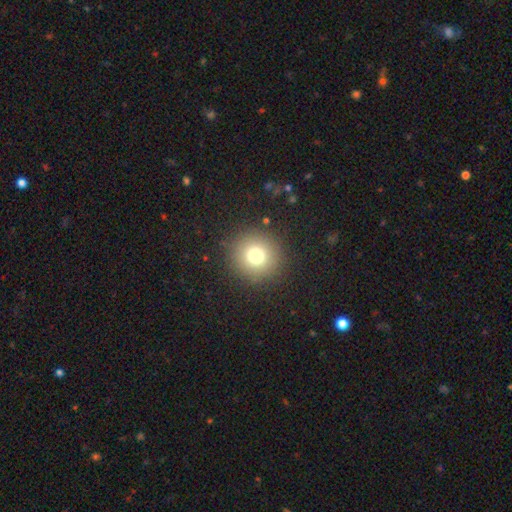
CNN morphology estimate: Smooth or featured: smooth — 75% (star or artifact — 15%)
How rounded: round — 95% (in between — 4%)
Merging: none — 90% (minor disturbance — 6%)